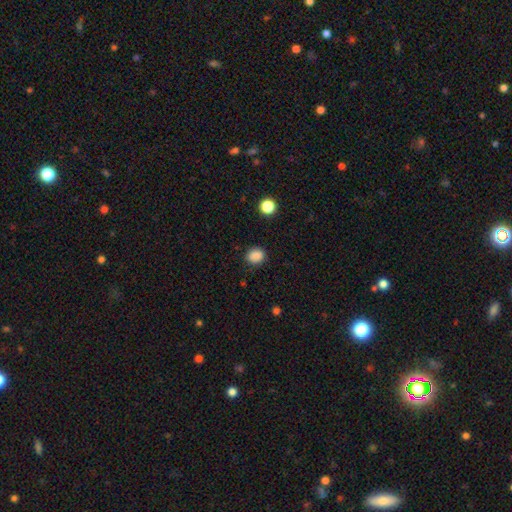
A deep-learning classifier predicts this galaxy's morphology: Smooth or featured? smooth (87%)
How rounded? round (59%)
Merging? none (85%)